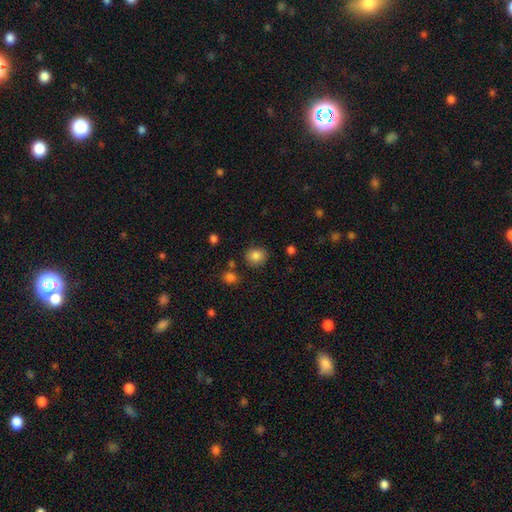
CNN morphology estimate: This appears to be a smooth galaxy with no disk features (85%) that is round (81%). Merging: none (84%).